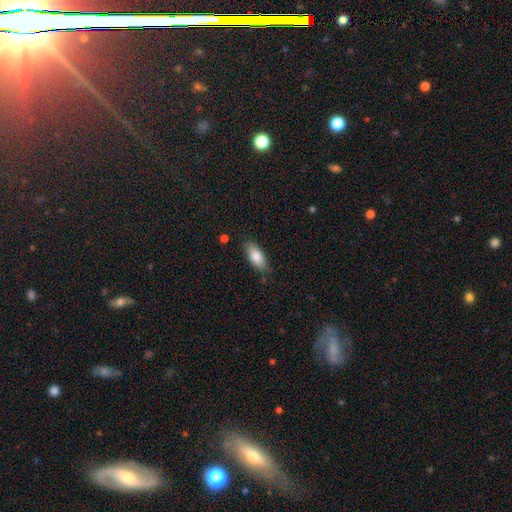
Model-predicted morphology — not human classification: smooth-or-featured: smooth: 82% | featured or disk: 11% | star or artifact: 6%
  how-rounded: in between: 84% | cigar-shaped: 14% | round: 2%
  merging: none: 80% | minor disturbance: 15% | major disturbance: 3% | merger: 2%